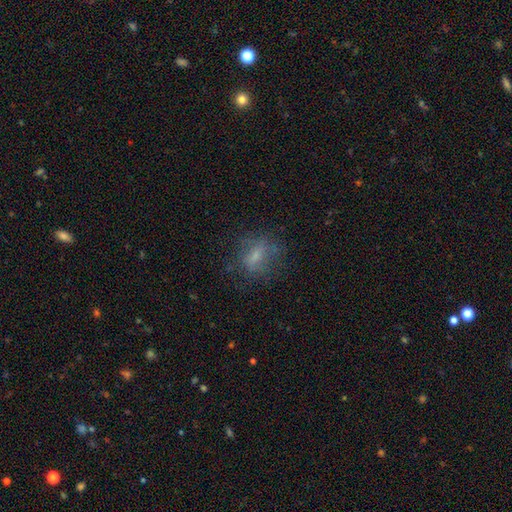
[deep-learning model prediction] Overall: smooth (56%; featured or disk 30%). How rounded: in between (59%; round 32%). Merging: none (63%).